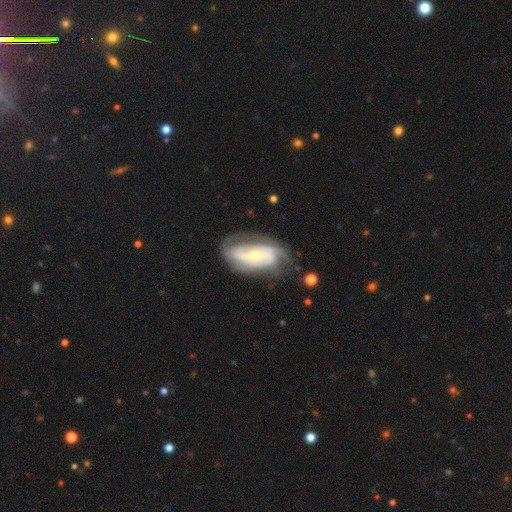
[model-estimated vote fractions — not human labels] Smooth or featured? featured or disk (80%)
Edge-on disk? no (94%)
Bar? weak (34%, tied with no)
Spiral arms? yes (91%)
Spiral winding? tight (46%)
Spiral arm count? 2 (49%)
Bulge size? small (57%)
Merging? none (64%)